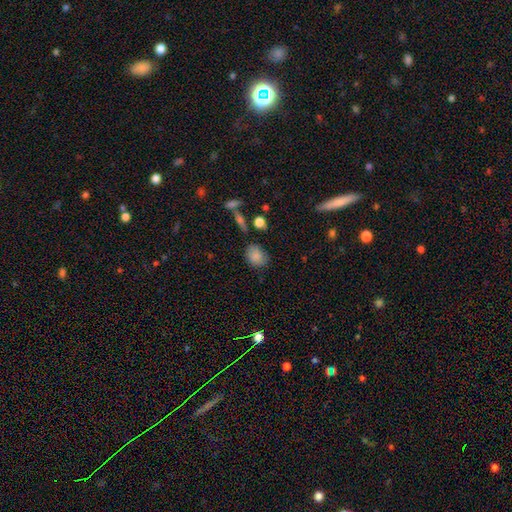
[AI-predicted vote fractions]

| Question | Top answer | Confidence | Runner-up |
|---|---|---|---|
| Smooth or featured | smooth | 84% | star or artifact (9%) |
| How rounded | in between | 54% | round (45%) |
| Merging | none | 73% | minor disturbance (18%) |